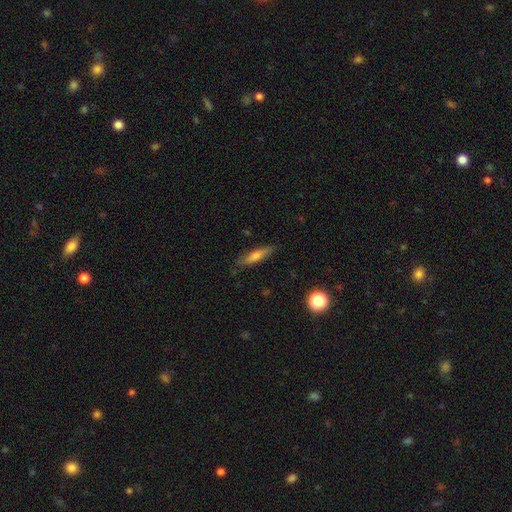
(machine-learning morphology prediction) This appears to be a smooth galaxy with no disk features (64%) that is cigar-shaped (76%). Merging: none (82%).